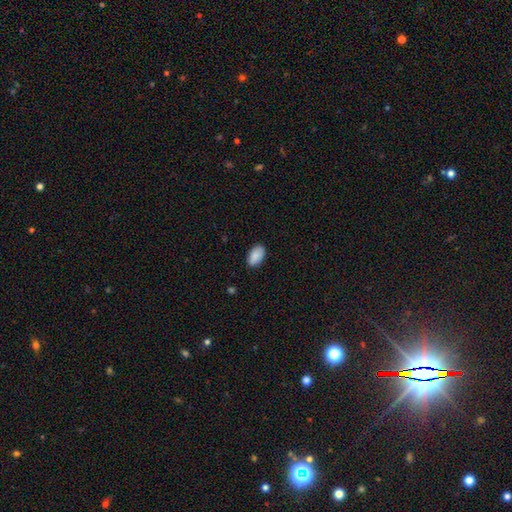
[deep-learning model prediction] Smooth or featured: smooth — 88% (star or artifact — 7%)
How rounded: in between — 94% (round — 4%)
Merging: none — 86% (minor disturbance — 11%)